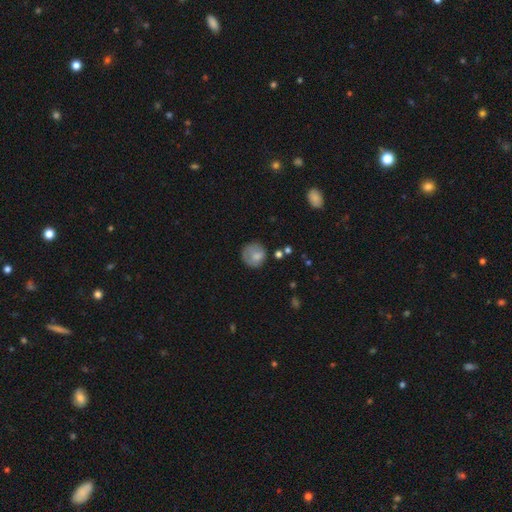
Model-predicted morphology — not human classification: smooth 75%, featured or disk 17%, star or artifact 8%. Down the decision tree: how rounded — round (87%); merging — none (64%).